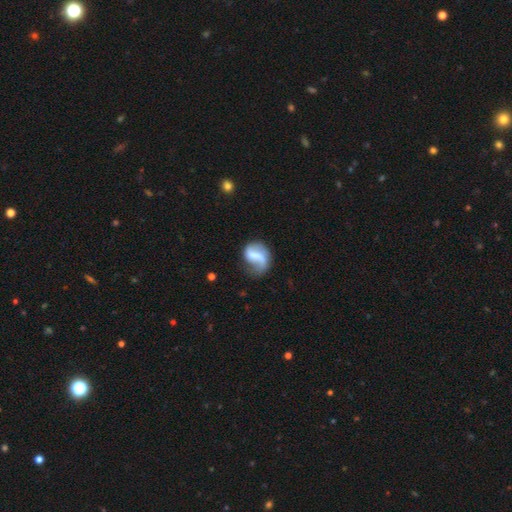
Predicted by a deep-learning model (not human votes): Smooth or featured?
  - featured or disk: 63% *
  - smooth: 30%
  - star or artifact: 7%
Edge-on disk?
  - no: 98% *
  - yes: 2%
Bar?
  - weak: 41% *
  - strong: 36%
  - no: 24%
Spiral arms?
  - yes: 84% *
  - no: 16%
Spiral winding?
  - loose: 66% *
  - medium: 25%
  - tight: 9%
Spiral arm count?
  - 2: 59% *
  - 1: 34%
  - can't tell: 5%
  - 3: 1%
  - 4: 1%
  - more than 4: 1%
Bulge size?
  - none: 40% *
  - small: 25%
  - moderate: 22%
  - large: 10%
  - dominant: 3%
Merging?
  - none: 48% *
  - minor disturbance: 26%
  - major disturbance: 23%
  - merger: 4%